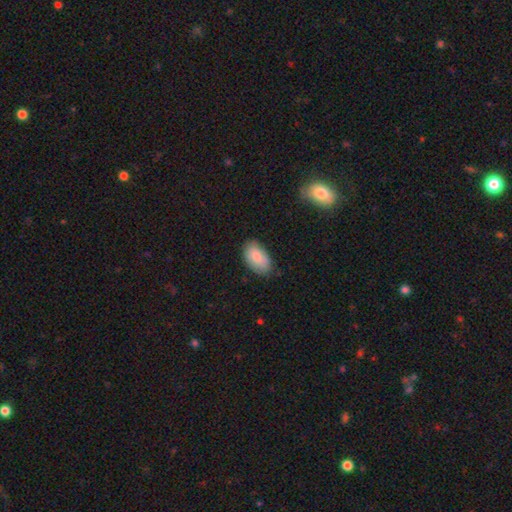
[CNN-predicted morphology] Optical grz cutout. It shows a smooth galaxy with no disk features (85%) that is in between round and cigar-shaped (94%). Merging: none (76%).